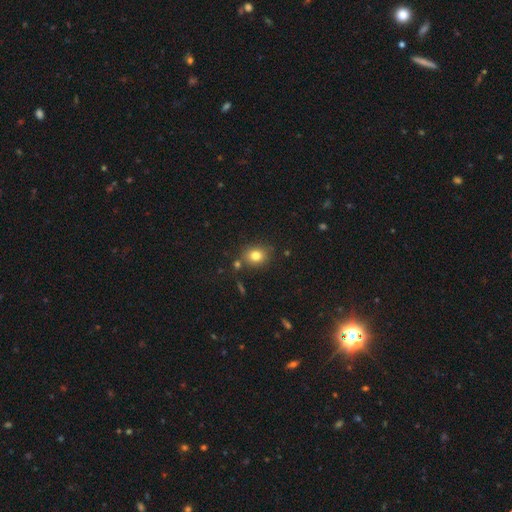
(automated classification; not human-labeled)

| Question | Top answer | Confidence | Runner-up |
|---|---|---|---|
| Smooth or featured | smooth | 79% | star or artifact (12%) |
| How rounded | round | 61% | in between (38%) |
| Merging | none | 77% | minor disturbance (12%) |